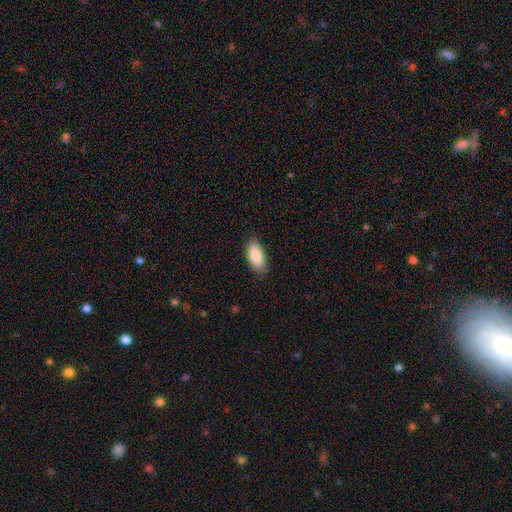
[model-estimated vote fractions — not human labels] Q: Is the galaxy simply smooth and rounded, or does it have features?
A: smooth — 87%.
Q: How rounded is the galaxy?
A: in between — 90%.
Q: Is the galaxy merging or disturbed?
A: none — 86%.